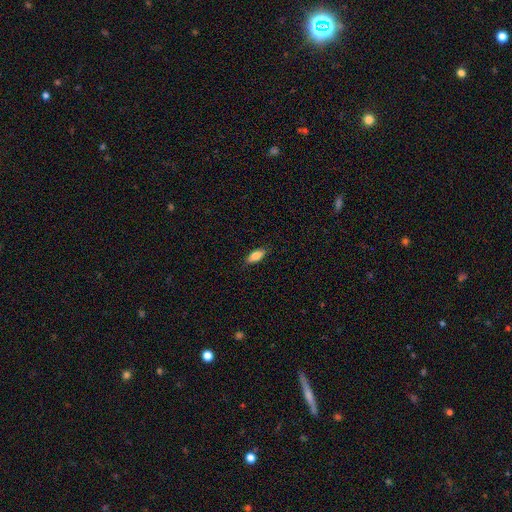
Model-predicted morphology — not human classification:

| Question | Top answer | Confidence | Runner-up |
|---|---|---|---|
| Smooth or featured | smooth | 82% | featured or disk (11%) |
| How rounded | in between | 82% | cigar-shaped (15%) |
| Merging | none | 86% | minor disturbance (11%) |